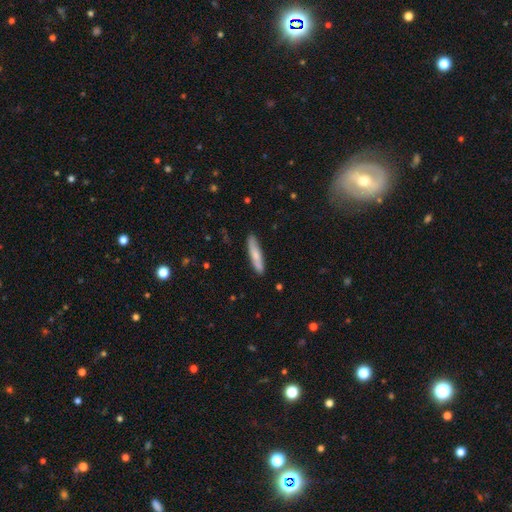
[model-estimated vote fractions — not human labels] This is likely a smooth galaxy (70%). How rounded: clearly cigar-shaped (87%). Merging: clearly none (87%).